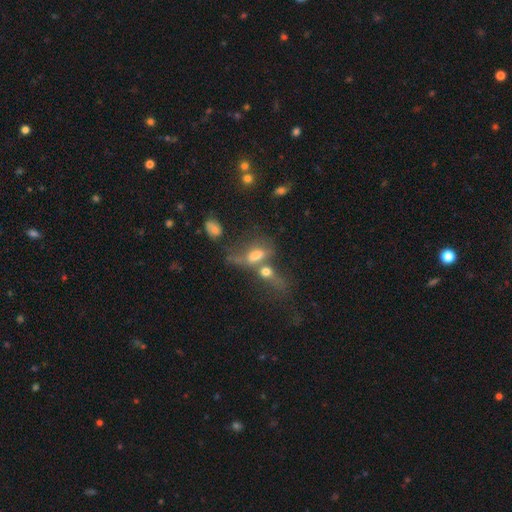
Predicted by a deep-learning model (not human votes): This appears to be a smooth galaxy with no disk features (51%) that is in between round and cigar-shaped (76%). Merging: merger (59%).